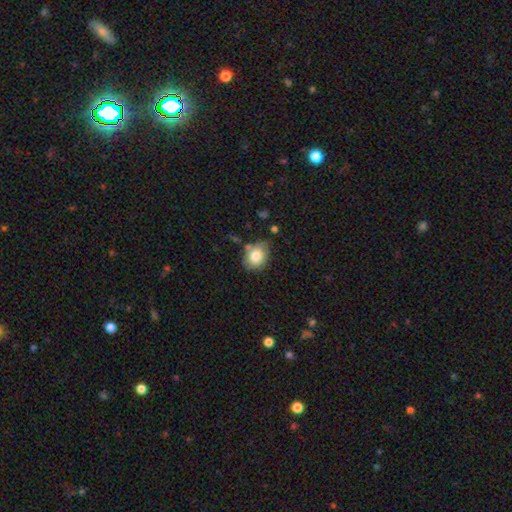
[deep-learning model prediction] This appears to be a smooth galaxy with no disk features (79%) that is in between round and cigar-shaped (60%). Merging: none (61%).